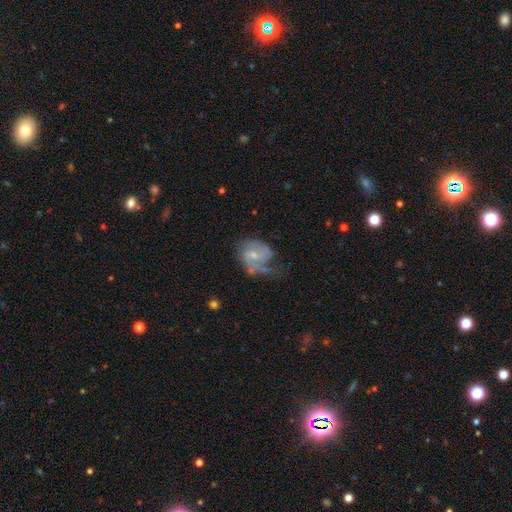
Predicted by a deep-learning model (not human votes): A featured or disk galaxy (73%) with no bar (49%), 2 (55%) medium (44%) spiral arms (88%) and a small central bulge (52%).

Vote fractions:
- Smooth or featured? featured or disk: 73% / smooth: 20% / star or artifact: 6%
- Edge-on disk? no: 98% / yes: 2%
- Bar? no: 49% / weak: 44% / strong: 8%
- Spiral arms? yes: 88% / no: 12%
- Spiral winding? medium: 44% / tight: 30% / loose: 26%
- Spiral arm count? 2: 55% / can't tell: 19% / 1: 15% / 3: 8% / 4: 2% / more than 4: 2%
- Bulge size? small: 52% / moderate: 42% / none: 4% / large: 2% / dominant: 1%
- Merging? none: 37% / major disturbance: 31% / minor disturbance: 28% / merger: 5%